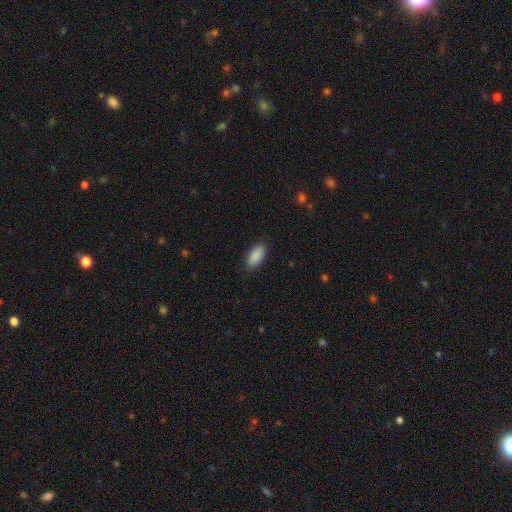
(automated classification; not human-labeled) Smooth or featured: smooth — 90% (star or artifact — 6%)
How rounded: in between — 90% (cigar-shaped — 8%)
Merging: none — 86% (minor disturbance — 11%)